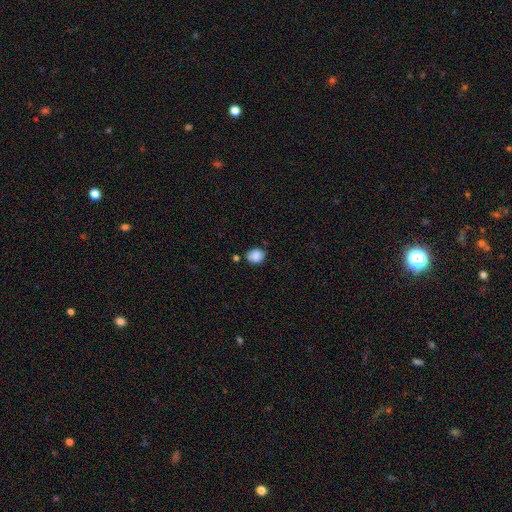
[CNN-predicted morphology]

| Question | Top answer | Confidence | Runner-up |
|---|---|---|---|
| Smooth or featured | smooth | 86% | star or artifact (9%) |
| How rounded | round | 61% | in between (38%) |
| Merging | none | 71% | minor disturbance (18%) |